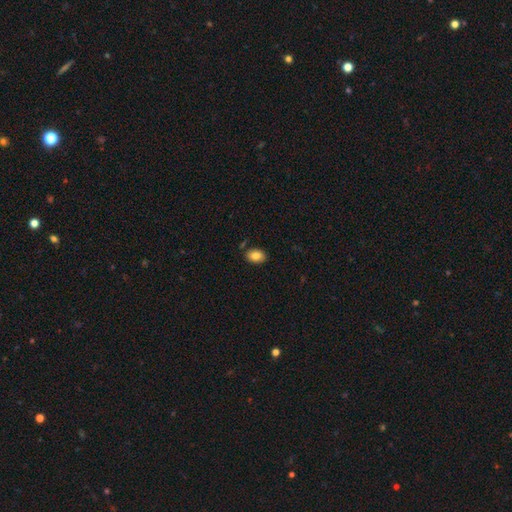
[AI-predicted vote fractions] A smooth galaxy with no disk features (84%) that is in between round and cigar-shaped (81%).

Vote fractions:
- Smooth or featured? smooth: 84% / star or artifact: 8% / featured or disk: 8%
- How rounded? in between: 81% / round: 18% / cigar-shaped: 1%
- Merging? none: 84% / minor disturbance: 11% / merger: 3% / major disturbance: 2%